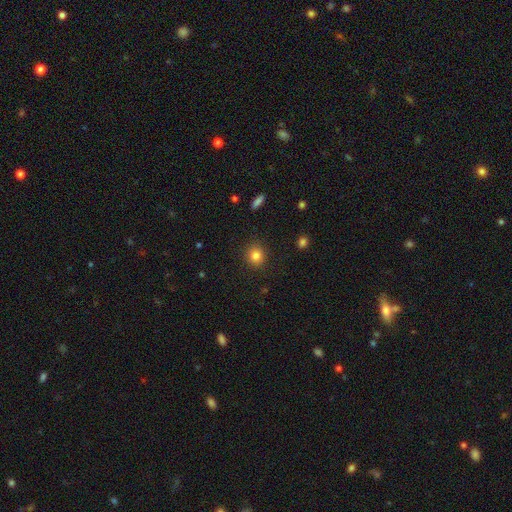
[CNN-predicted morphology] This appears to be a smooth galaxy with no disk features (83%) that is round (86%). Merging: none (90%).